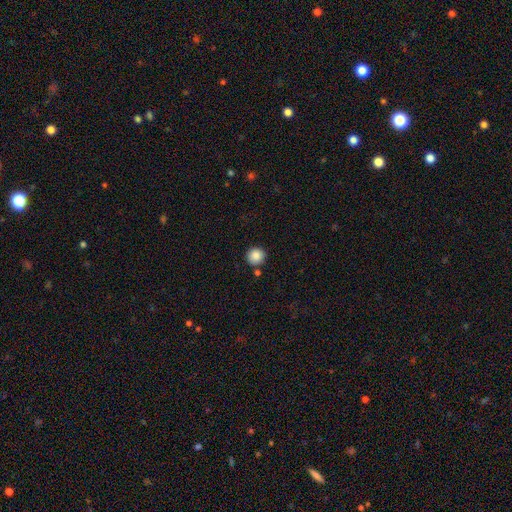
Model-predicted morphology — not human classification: Smooth or featured: smooth — 87% (star or artifact — 9%)
How rounded: round — 95% (in between — 5%)
Merging: none — 85% (minor disturbance — 7%)